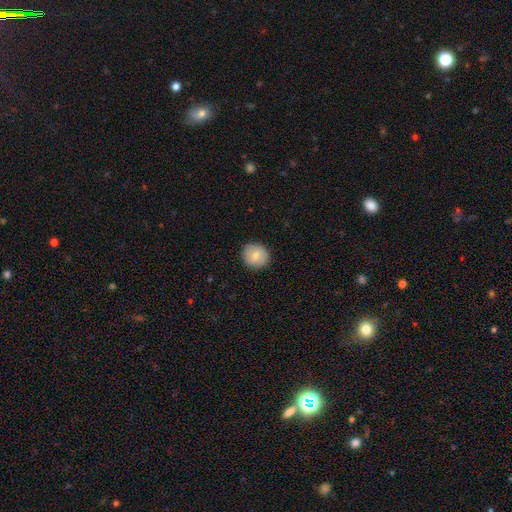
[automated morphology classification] A smooth galaxy with no disk features (72%) that is round (88%). Merging: none (89%).